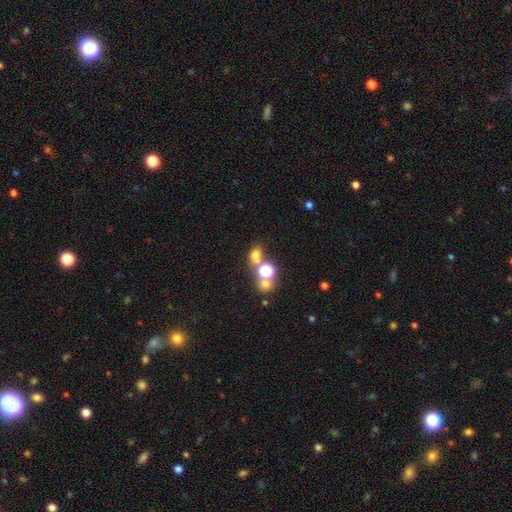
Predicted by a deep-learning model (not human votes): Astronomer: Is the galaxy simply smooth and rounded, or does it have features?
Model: smooth — 64%.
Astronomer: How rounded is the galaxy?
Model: round — 55% (runner-up: in between, 43%).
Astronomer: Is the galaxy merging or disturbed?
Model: none — 52% (runner-up: merger, 33%).